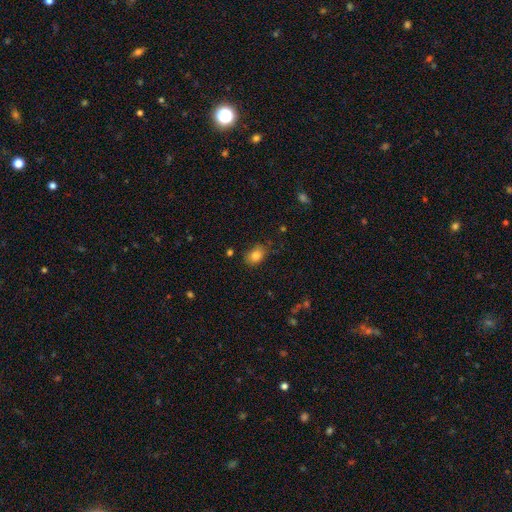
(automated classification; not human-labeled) Overall: smooth (83%). How rounded: in between (68%; round 31%). Merging: none (76%).